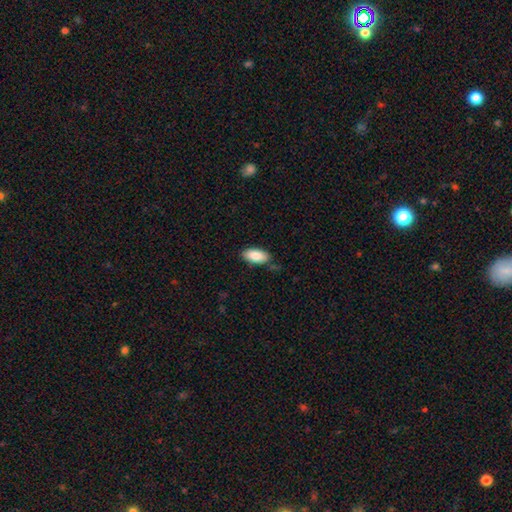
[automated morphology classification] Q: Smooth or featured?
A: smooth (87%); runner-up: featured or disk (7%)
Q: How rounded?
A: in between (92%); runner-up: cigar-shaped (6%)
Q: Merging?
A: none (79%); runner-up: minor disturbance (16%)